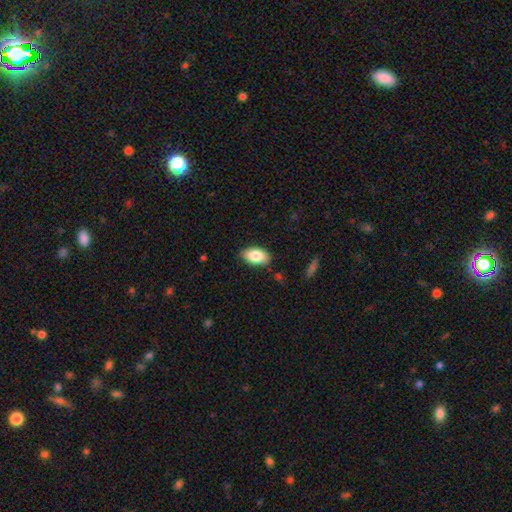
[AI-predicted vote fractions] smooth_or_featured: smooth (p=0.83) [alt: featured or disk p=0.10]
how_rounded: in between (p=0.93) [alt: round p=0.04]
merging: none (p=0.84) [alt: minor disturbance p=0.12]